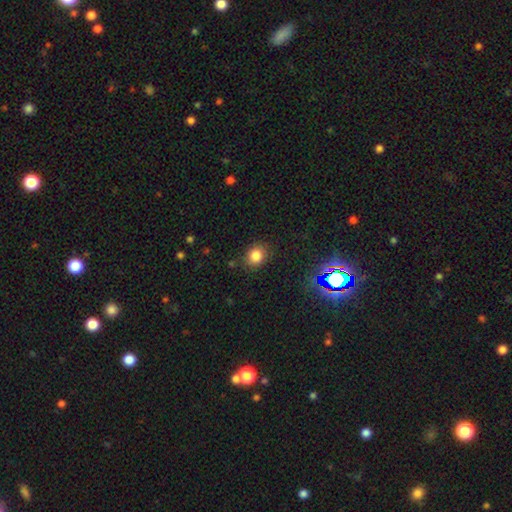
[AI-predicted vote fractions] Smooth or featured?
  - smooth: 81% *
  - star or artifact: 13%
  - featured or disk: 5%
How rounded?
  - round: 67% *
  - in between: 32%
  - cigar-shaped: 1%
Merging?
  - none: 84% *
  - minor disturbance: 11%
  - major disturbance: 3%
  - merger: 2%